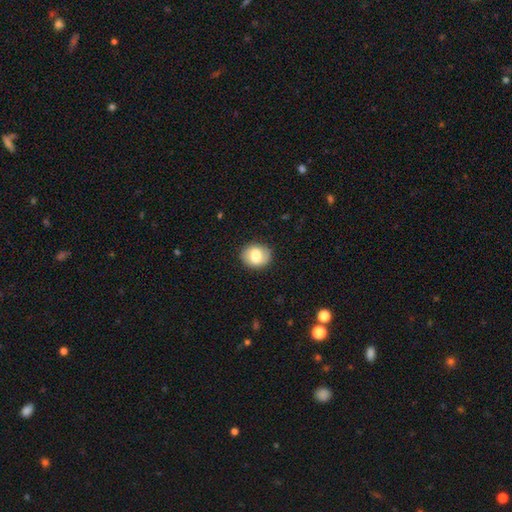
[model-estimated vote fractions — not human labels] This appears to be a smooth galaxy with no disk features (68%) that is round (55%). Merging: none (84%).